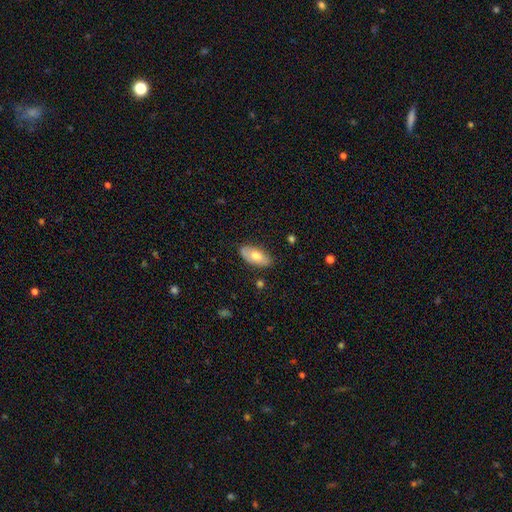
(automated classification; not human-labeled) Overall: smooth (68%). How rounded: in between (91%). Merging: none (81%).